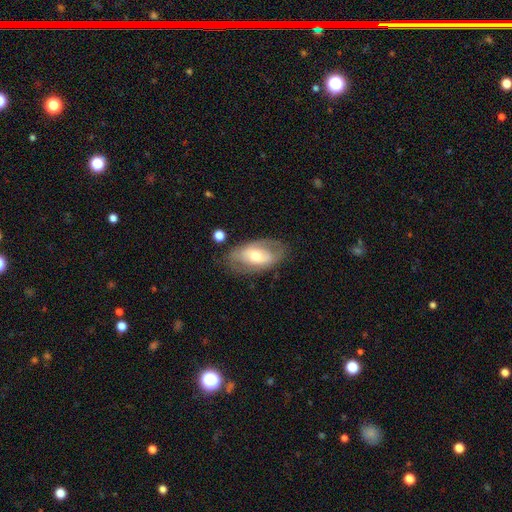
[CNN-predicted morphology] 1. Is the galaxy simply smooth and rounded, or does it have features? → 53% featured or disk, 40% smooth, 6% star or artifact.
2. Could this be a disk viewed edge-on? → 90% no, 10% yes.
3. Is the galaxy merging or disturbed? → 69% none, 20% minor disturbance, 9% major disturbance, 3% merger.